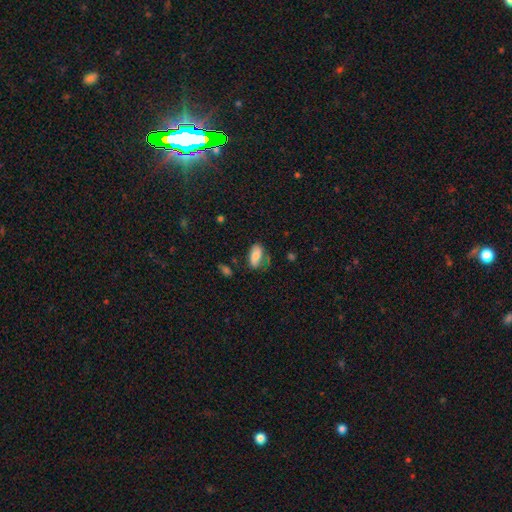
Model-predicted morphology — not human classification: Overall: smooth (76%). How rounded: in between (91%). Merging: none (57%; minor disturbance 28%).